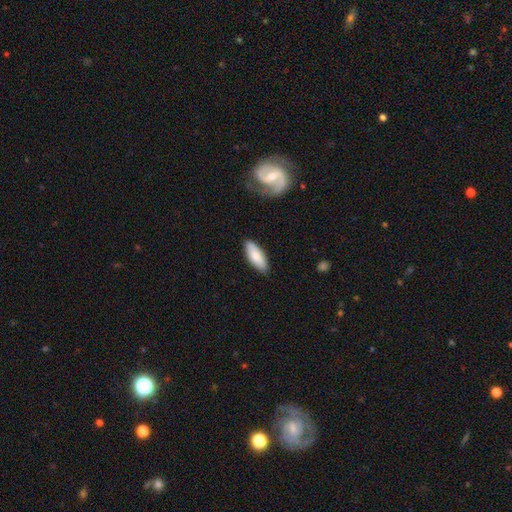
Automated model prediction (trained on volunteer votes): smooth 80%, featured or disk 14%, star or artifact 5%. Down the decision tree: how rounded — in between (75%); merging — none (86%).